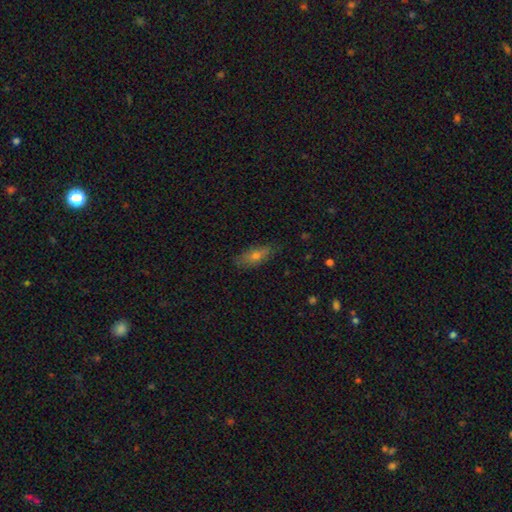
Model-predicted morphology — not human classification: A smooth galaxy with no disk features (60%) that is in between round and cigar-shaped (61%). Merging: none (79%).